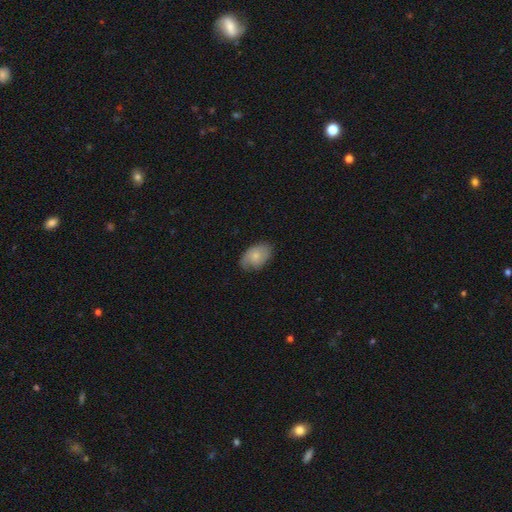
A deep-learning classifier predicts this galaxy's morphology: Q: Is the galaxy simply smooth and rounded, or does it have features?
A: smooth — 64%.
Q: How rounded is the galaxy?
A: in between — 88%.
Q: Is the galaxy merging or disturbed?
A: none — 68%.